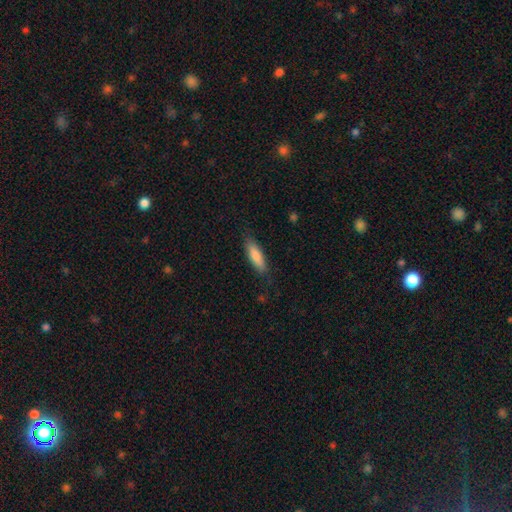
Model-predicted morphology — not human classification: Smooth or featured? smooth (81%)
How rounded? cigar-shaped (58%)
Merging? none (82%)